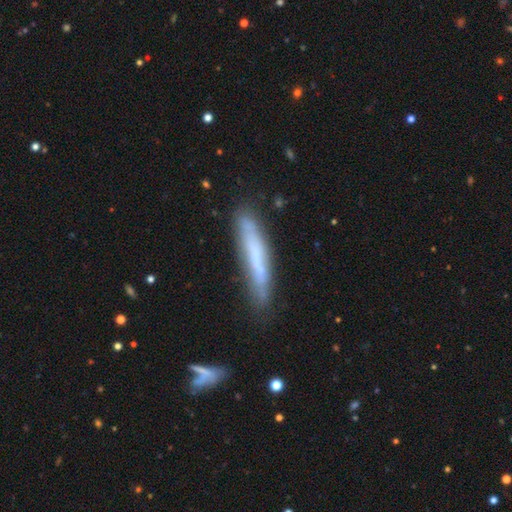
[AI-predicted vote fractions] Overall: smooth (50%; featured or disk 43%). Merging: none (70%).